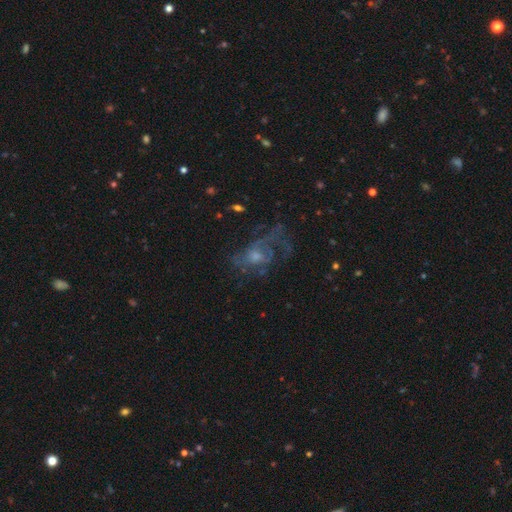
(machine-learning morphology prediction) Smooth or featured? featured or disk (66%)
Edge-on disk? no (95%)
Bar? no (76%)
Spiral arms? yes (67%)
Bulge size? moderate (48%)
Merging? none (43%)